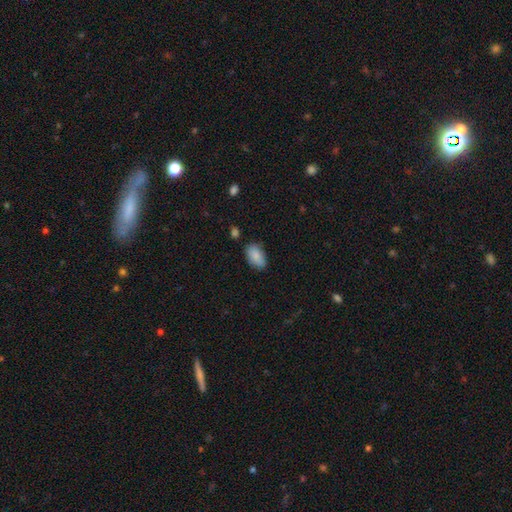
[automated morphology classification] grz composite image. It shows a smooth galaxy with no disk features (87%) that is in between round and cigar-shaped (93%). Merging: none (76%).